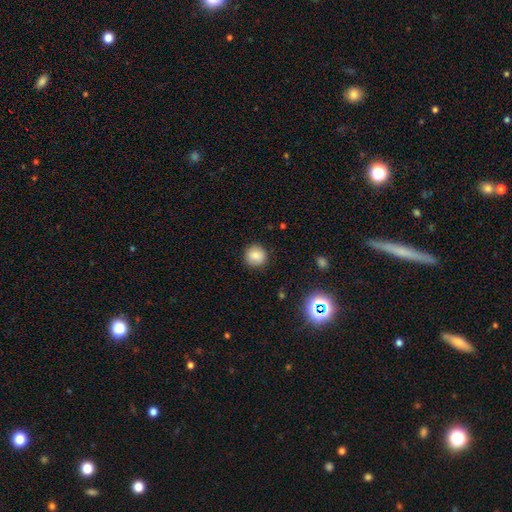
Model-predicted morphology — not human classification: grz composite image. It shows a smooth galaxy with no disk features (83%) that is round (93%). Merging: none (89%).